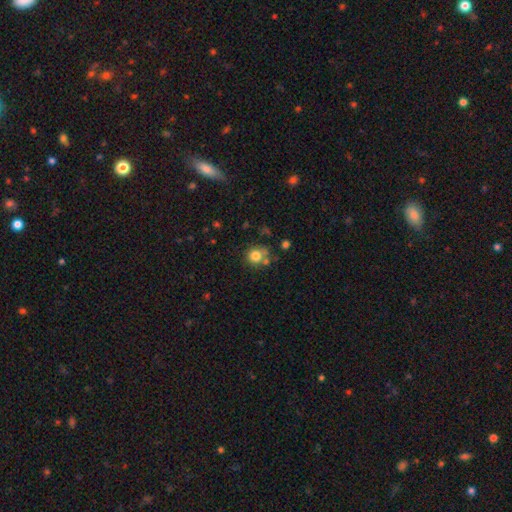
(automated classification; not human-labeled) Overall: smooth (79%). How rounded: round (87%). Merging: none (63%).